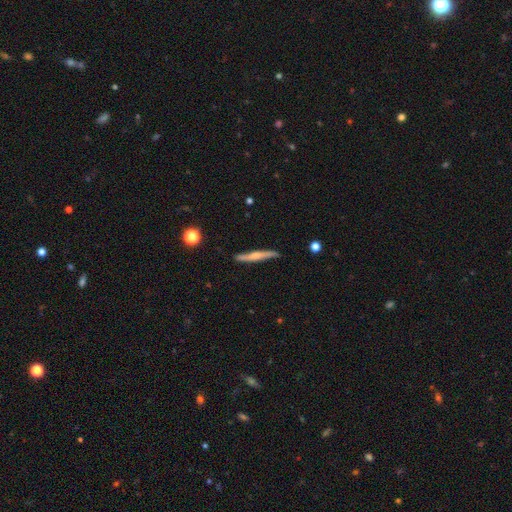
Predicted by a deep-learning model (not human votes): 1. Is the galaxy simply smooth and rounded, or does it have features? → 56% featured or disk, 39% smooth, 6% star or artifact.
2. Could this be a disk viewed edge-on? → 93% yes, 7% no.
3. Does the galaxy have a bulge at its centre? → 57% rounded, 28% none, 14% boxy.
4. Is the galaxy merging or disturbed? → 85% none, 12% minor disturbance, 2% major disturbance, 2% merger.